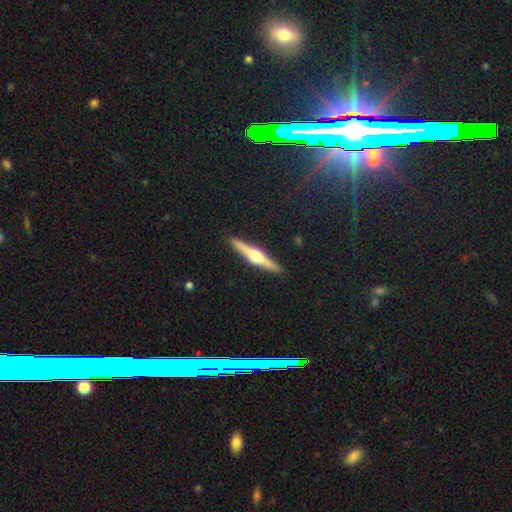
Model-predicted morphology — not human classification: smooth-or-featured: featured or disk: 72% | smooth: 23% | star or artifact: 5%
  disk-edge-on: yes: 98% | no: 2%
    edge-on-bulge: rounded: 93% | boxy: 4% | none: 3%
  merging: none: 92% | minor disturbance: 6% | major disturbance: 1% | merger: 1%